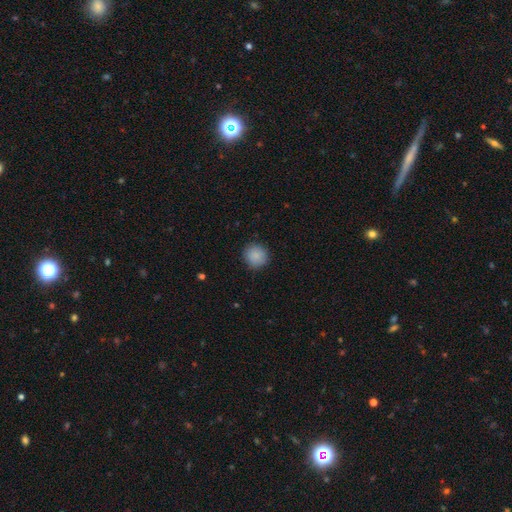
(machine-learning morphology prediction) Overall: smooth (88%). How rounded: round (93%). Merging: none (89%).